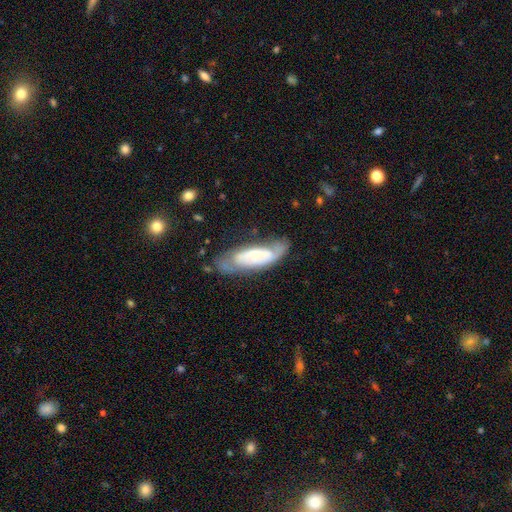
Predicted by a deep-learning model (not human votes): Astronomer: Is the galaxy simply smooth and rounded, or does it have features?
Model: featured or disk — 63%.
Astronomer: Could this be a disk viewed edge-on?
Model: no — 81%.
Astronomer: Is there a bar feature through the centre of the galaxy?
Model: no — 61%.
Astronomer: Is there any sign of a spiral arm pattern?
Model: yes — 69%.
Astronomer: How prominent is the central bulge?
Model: moderate — 45%, tied with small at 45%.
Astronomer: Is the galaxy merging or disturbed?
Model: none — 56%.